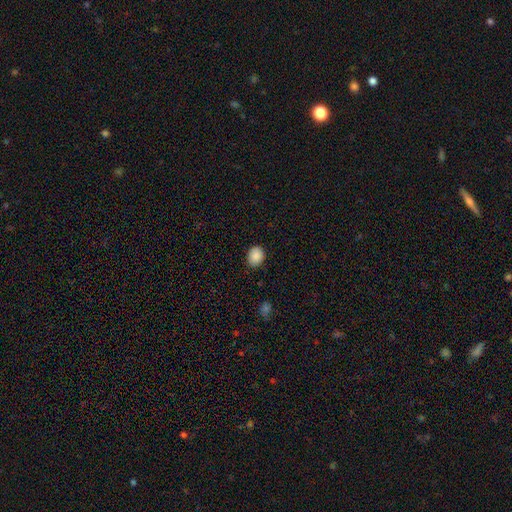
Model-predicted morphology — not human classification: The model was most divided on "how rounded": round: 57%, in between: 42%, cigar-shaped: 1%. More confident: smooth or featured — smooth (88%); merging — none (85%).